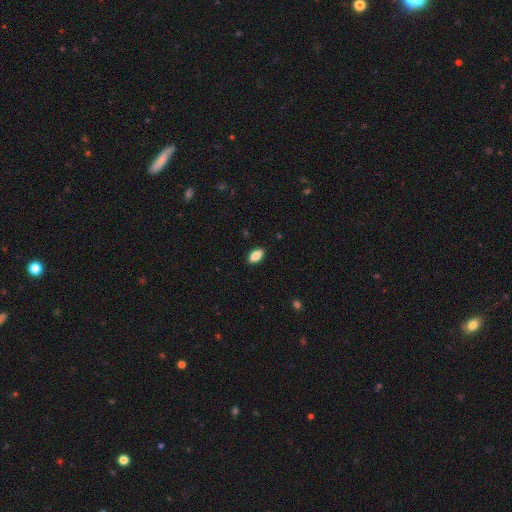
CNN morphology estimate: smooth_or_featured: smooth (p=0.84) [alt: featured or disk p=0.09]
how_rounded: in between (p=0.92) [alt: round p=0.04]
merging: none (p=0.89) [alt: minor disturbance p=0.09]